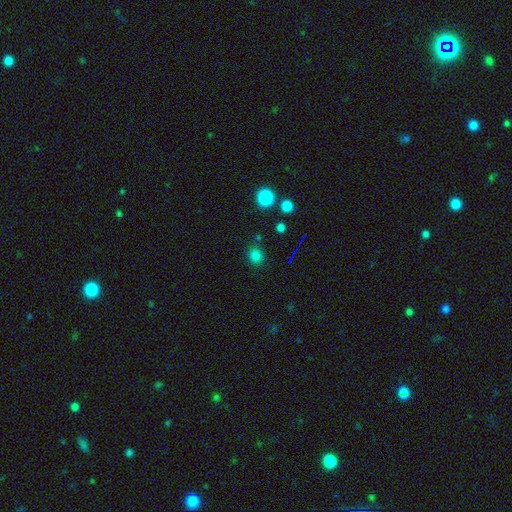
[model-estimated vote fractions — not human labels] smooth-or-featured: smooth: 76% | star or artifact: 19% | featured or disk: 5%
  how-rounded: round: 86% | in between: 13% | cigar-shaped: 1%
  merging: none: 85% | minor disturbance: 9% | merger: 4% | major disturbance: 3%